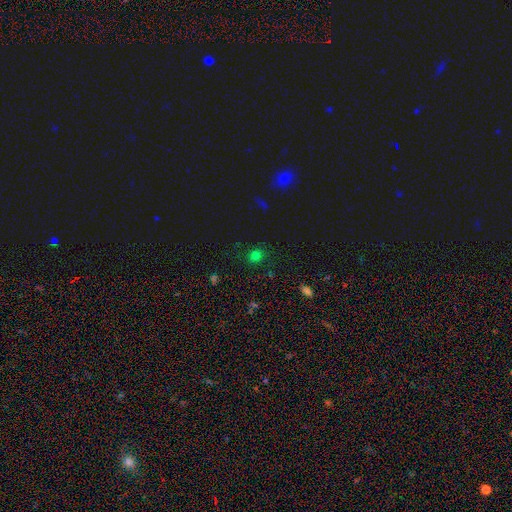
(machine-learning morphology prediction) smooth_or_featured: smooth (p=0.71) [alt: star or artifact p=0.24]
how_rounded: round (p=0.75) [alt: in between p=0.24]
merging: none (p=0.84) [alt: minor disturbance p=0.11]